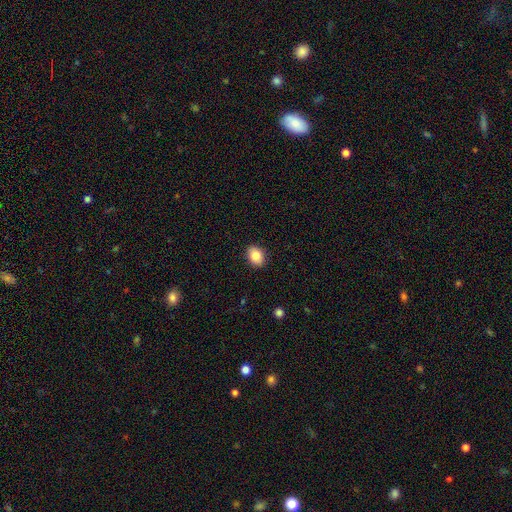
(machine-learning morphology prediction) This is clearly a smooth galaxy (85%). How rounded: likely in between (72%). Merging: clearly none (90%).